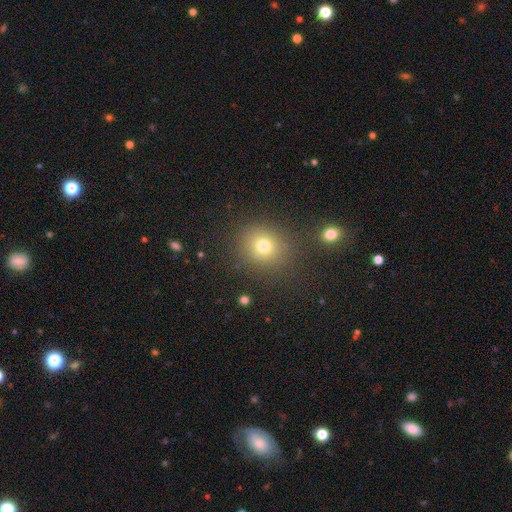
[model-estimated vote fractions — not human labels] smooth_or_featured: smooth (p=0.60) [alt: star or artifact p=0.33]
how_rounded: round (p=0.88) [alt: in between p=0.11]
merging: none (p=0.88) [alt: minor disturbance p=0.06]